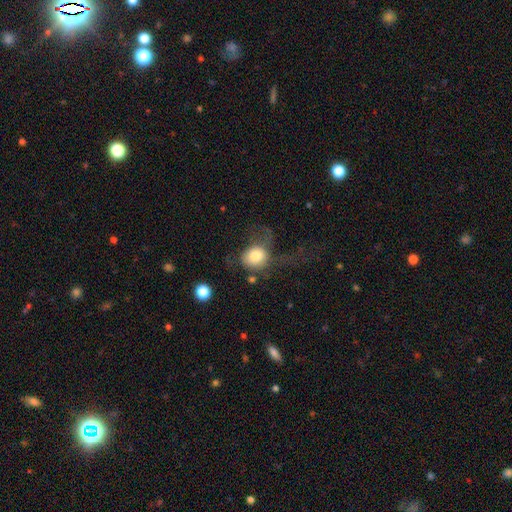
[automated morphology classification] smooth_or_featured: smooth (p=0.75) [alt: featured or disk p=0.15]
how_rounded: round (p=0.65) [alt: in between p=0.34]
merging: major disturbance (p=0.44) [alt: none p=0.31]